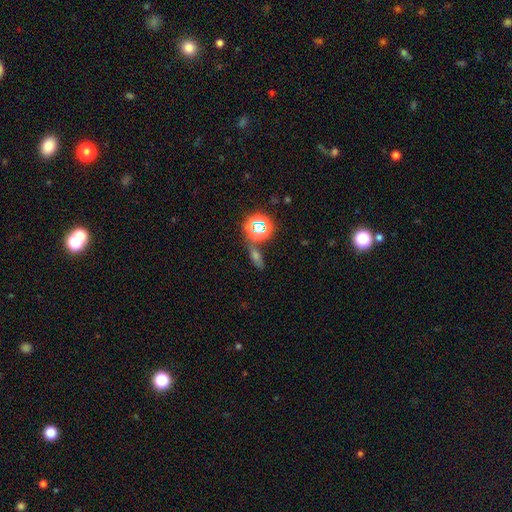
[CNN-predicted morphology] A star or artifact, not a galaxy (49%).

Vote fractions:
- Smooth or featured? star or artifact: 49% / smooth: 35% / featured or disk: 16%